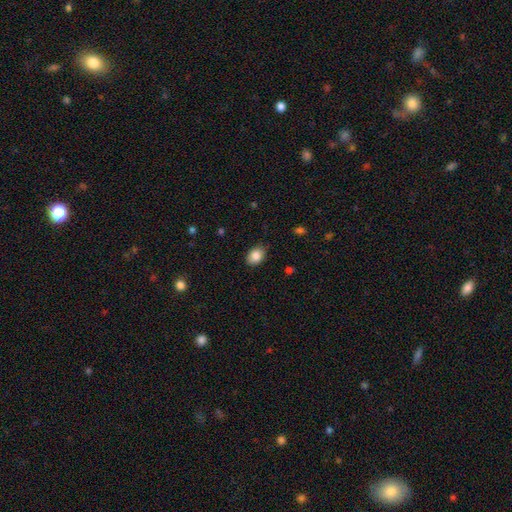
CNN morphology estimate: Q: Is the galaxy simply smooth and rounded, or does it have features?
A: smooth — 86%.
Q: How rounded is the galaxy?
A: in between — 72%.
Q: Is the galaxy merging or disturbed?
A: none — 85%.